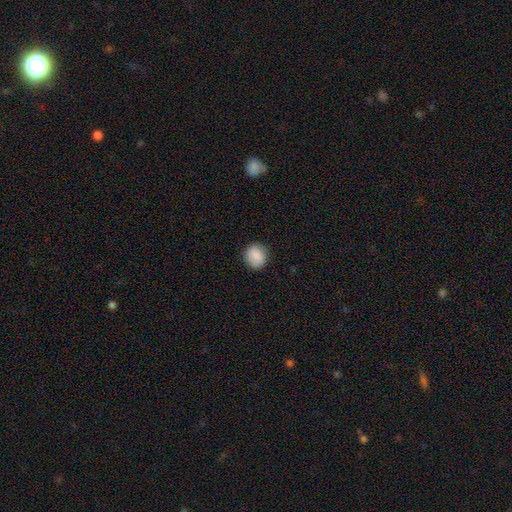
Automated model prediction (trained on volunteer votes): Overall: smooth (87%). How rounded: round (76%). Merging: none (84%).